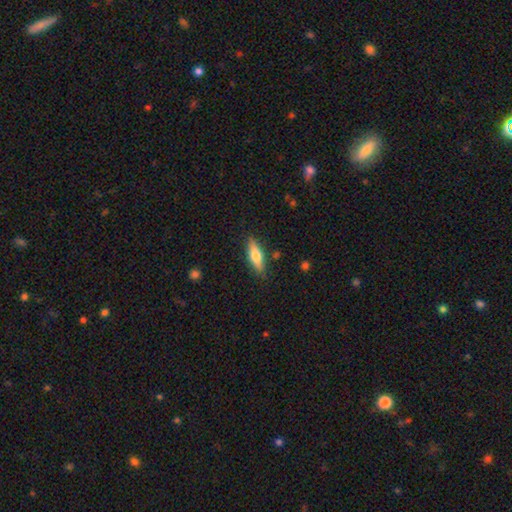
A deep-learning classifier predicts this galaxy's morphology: This is possibly a smooth galaxy (59%). How rounded: possibly cigar-shaped (49%). Merging: clearly none (85%).